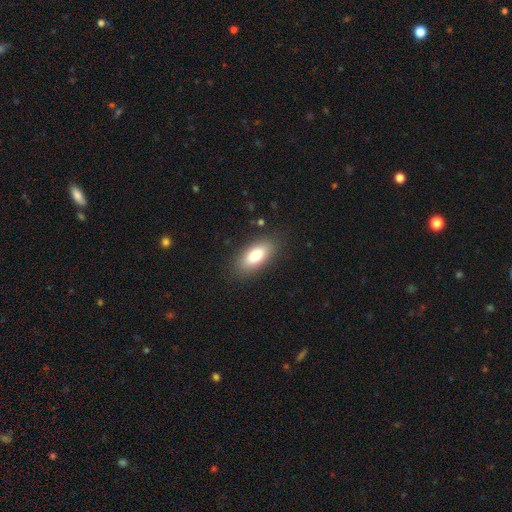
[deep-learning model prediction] Smooth or featured? smooth (79%)
How rounded? in between (85%)
Merging? none (86%)